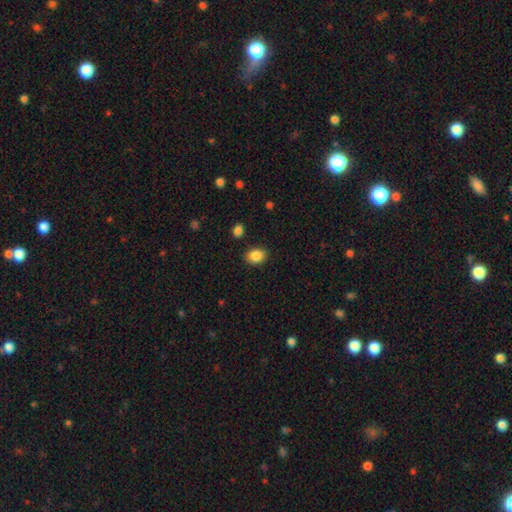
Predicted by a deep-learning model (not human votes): Morphology: type=smooth (87%); roundness=in between (62%); merging=none (85%).